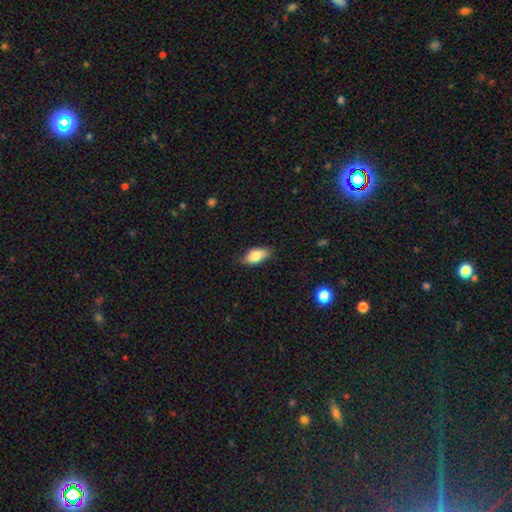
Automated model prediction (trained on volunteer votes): Overall: smooth (83%). How rounded: in between (89%). Merging: none (81%).